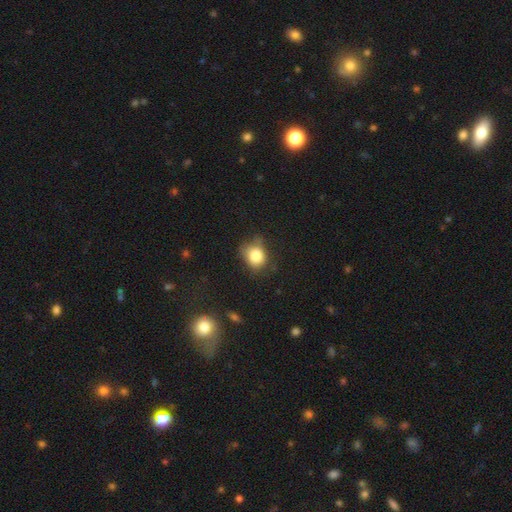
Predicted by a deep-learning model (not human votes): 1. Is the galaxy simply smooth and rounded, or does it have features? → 83% smooth, 10% star or artifact, 8% featured or disk.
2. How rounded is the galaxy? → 63% round, 36% in between, 1% cigar-shaped.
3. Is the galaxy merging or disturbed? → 56% none, 31% minor disturbance, 10% major disturbance, 3% merger.